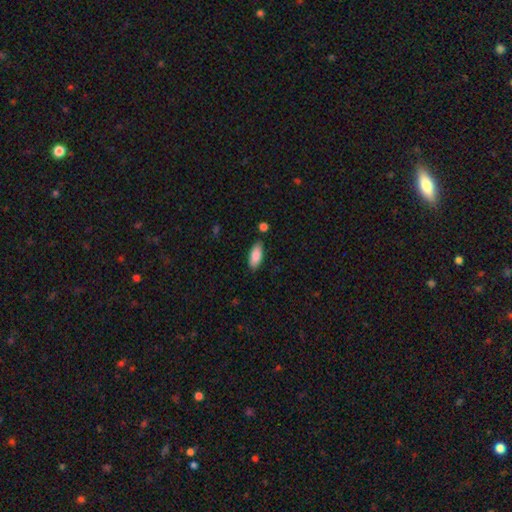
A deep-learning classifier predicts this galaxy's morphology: Smooth or featured: smooth — 87% (featured or disk — 7%)
How rounded: in between — 83% (cigar-shaped — 16%)
Merging: none — 83% (minor disturbance — 11%)